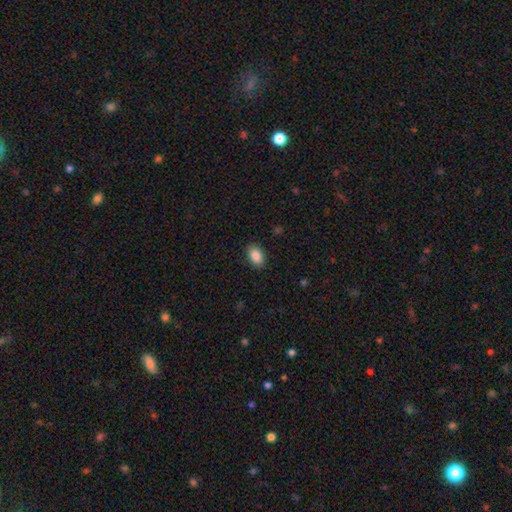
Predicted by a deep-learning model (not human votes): Morphology: type=smooth (89%); roundness=in between (88%); merging=none (88%).